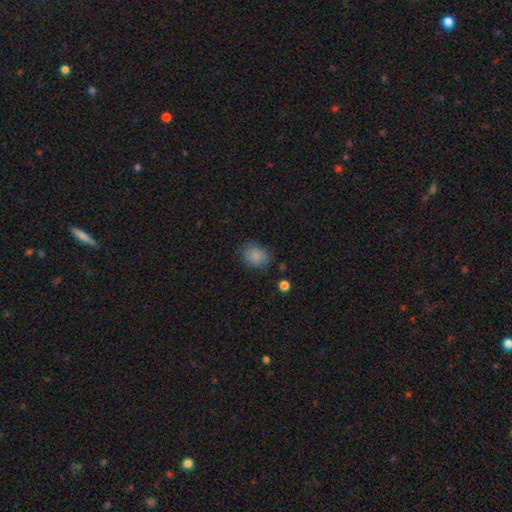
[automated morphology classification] This is clearly a smooth galaxy (85%). How rounded: possibly in between (53%). Merging: likely none (76%).